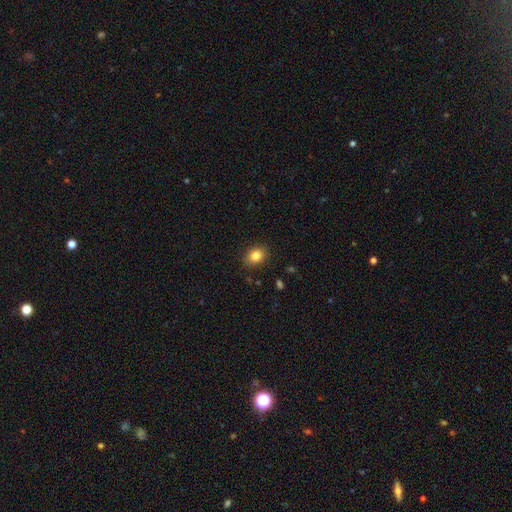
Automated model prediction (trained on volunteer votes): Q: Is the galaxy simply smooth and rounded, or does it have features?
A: smooth — 84%.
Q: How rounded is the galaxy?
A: in between — 51%.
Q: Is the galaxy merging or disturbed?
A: none — 88%.